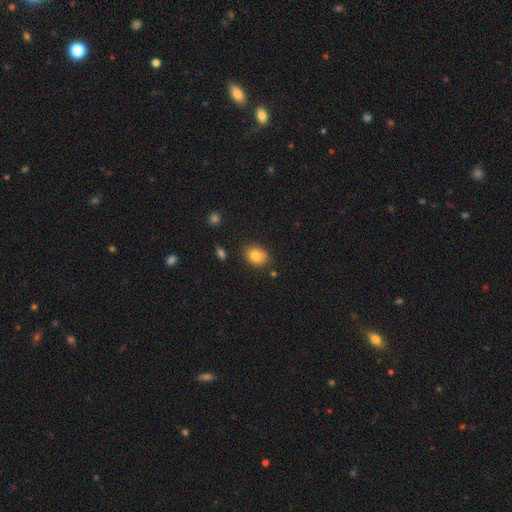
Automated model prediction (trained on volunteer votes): This is clearly a smooth galaxy (81%). How rounded: likely in between (63%). Merging: clearly none (81%).